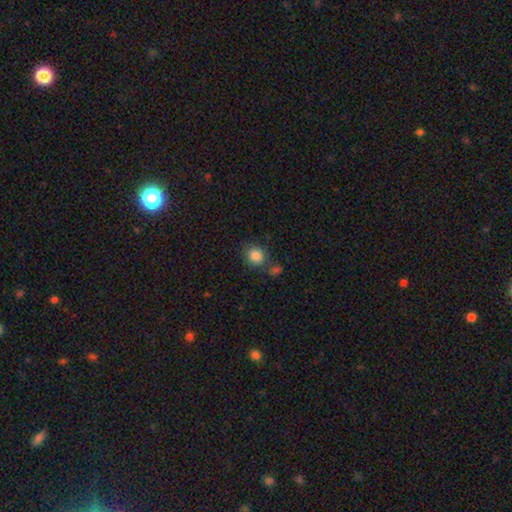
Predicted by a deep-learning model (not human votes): This is clearly a smooth galaxy (85%). How rounded: clearly round (83%). Merging: likely none (72%).